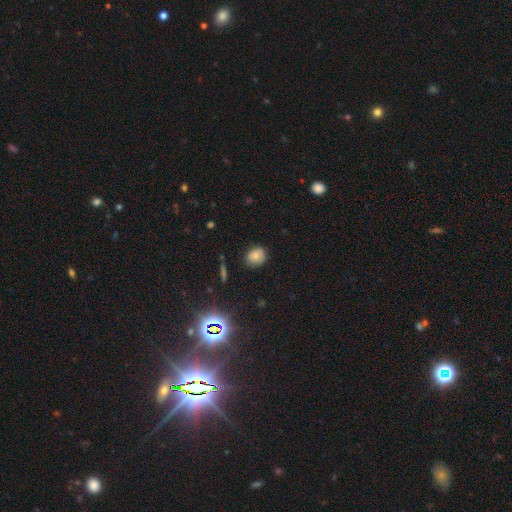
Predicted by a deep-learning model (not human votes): Smooth or featured? smooth (75%)
How rounded? round (57%)
Merging? none (76%)